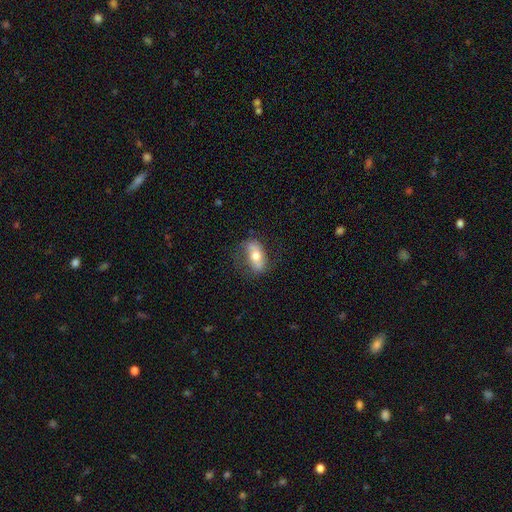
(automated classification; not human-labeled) A smooth galaxy with no disk features (58%) that is in between round and cigar-shaped (83%). Merging: none (70%).